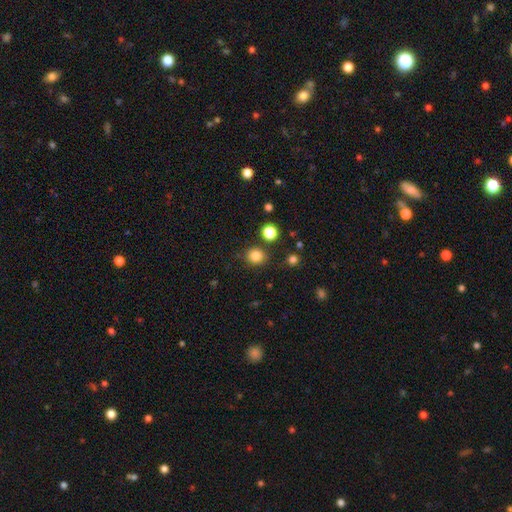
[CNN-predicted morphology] Q: Smooth or featured?
A: smooth (83%); runner-up: star or artifact (12%)
Q: How rounded?
A: round (85%); runner-up: in between (14%)
Q: Merging?
A: none (84%); runner-up: minor disturbance (8%)